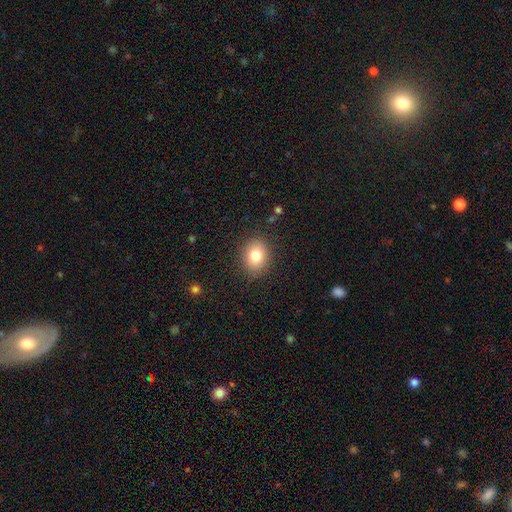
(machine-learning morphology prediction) type=smooth (81%); roundness=round (50%); merging=none (87%).